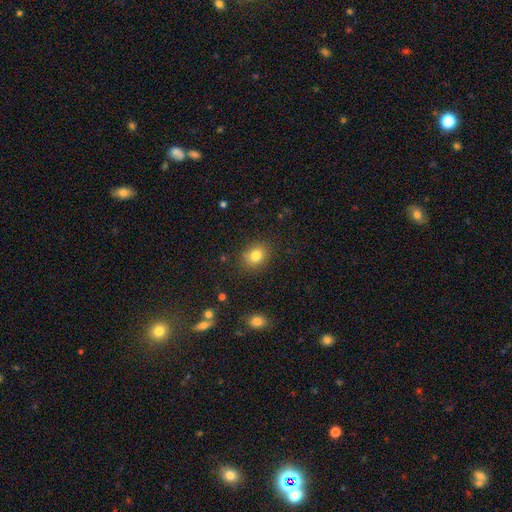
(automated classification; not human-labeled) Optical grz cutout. It shows a smooth galaxy with no disk features (81%) that is round (56%). Merging: none (85%).